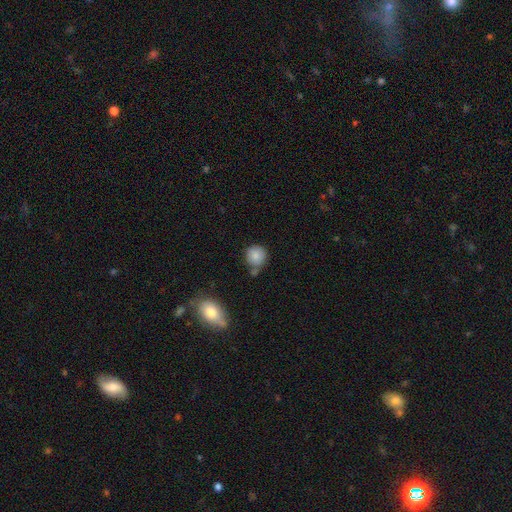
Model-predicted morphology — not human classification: type=smooth (85%); roundness=round (92%); merging=none (68%).